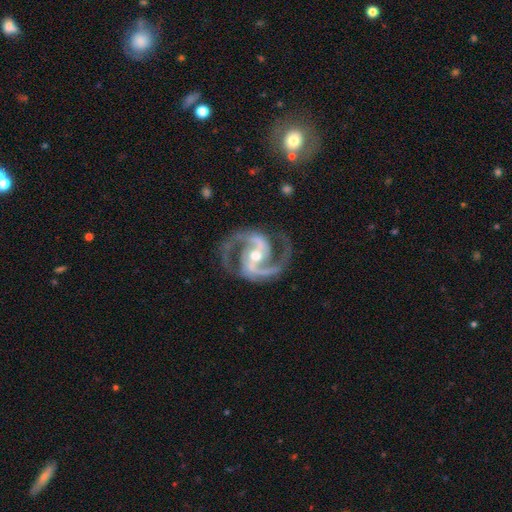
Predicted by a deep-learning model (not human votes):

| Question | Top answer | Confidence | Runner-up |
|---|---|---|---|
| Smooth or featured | featured or disk | 94% | star or artifact (4%) |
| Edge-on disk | no | 98% | yes (2%) |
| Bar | strong | 44% | weak (36%) |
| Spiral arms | yes | 99% | no (1%) |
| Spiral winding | medium | 68% | tight (22%) |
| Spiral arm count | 2 | 91% | 3 (4%) |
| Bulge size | moderate | 66% | small (27%) |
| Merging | none | 79% | minor disturbance (14%) |